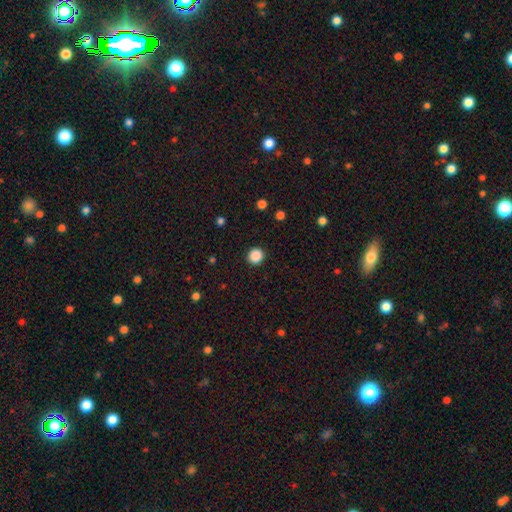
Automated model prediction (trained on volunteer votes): This appears to be a smooth galaxy with no disk features (87%) that is round (93%). Merging: none (92%).